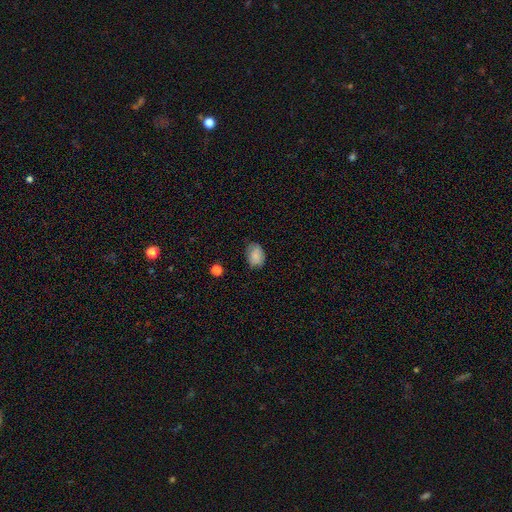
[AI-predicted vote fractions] Q: Smooth or featured?
A: smooth (83%); runner-up: featured or disk (9%)
Q: How rounded?
A: in between (79%); runner-up: round (20%)
Q: Merging?
A: none (68%); runner-up: minor disturbance (25%)